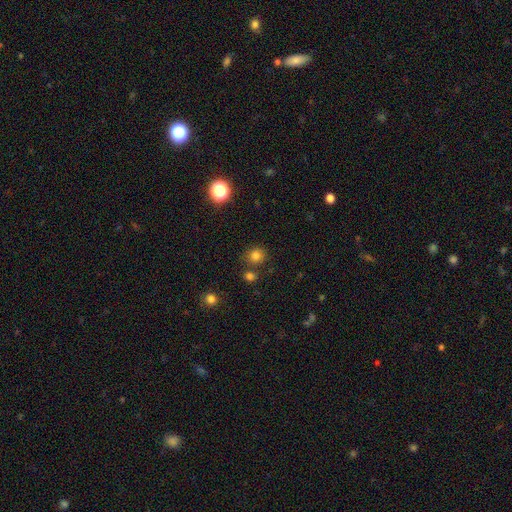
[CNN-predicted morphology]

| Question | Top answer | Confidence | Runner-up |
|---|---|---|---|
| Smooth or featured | smooth | 78% | star or artifact (17%) |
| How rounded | round | 87% | in between (12%) |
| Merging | none | 76% | merger (12%) |